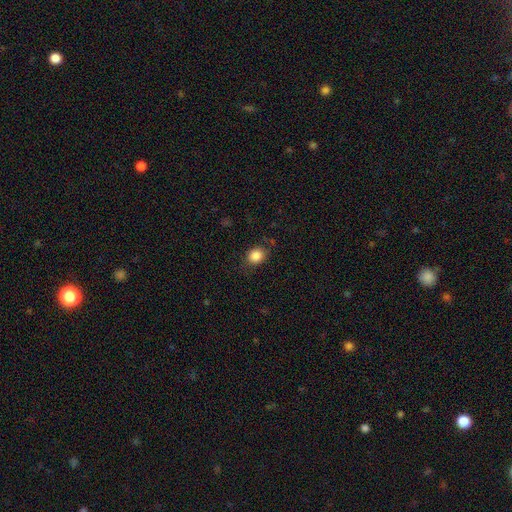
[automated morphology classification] This appears to be a smooth galaxy with no disk features (85%) that is round (64%). Merging: none (80%).